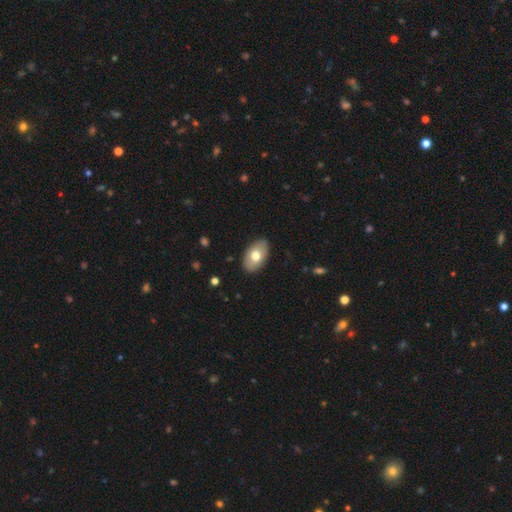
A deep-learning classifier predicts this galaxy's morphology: This appears to be a smooth galaxy with no disk features (71%) that is in between round and cigar-shaped (92%). Merging: none (87%).